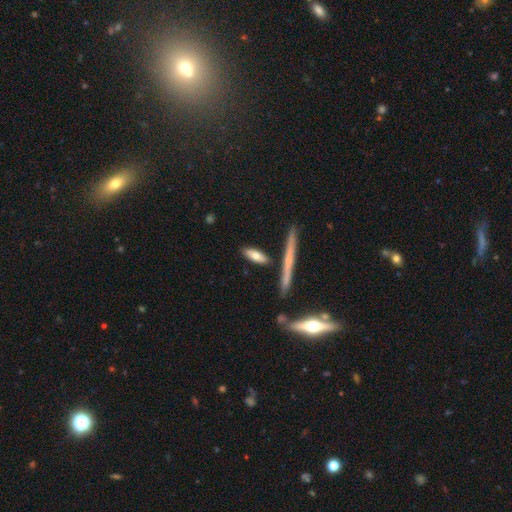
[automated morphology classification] Smooth or featured? smooth (71%)
How rounded? in between (51%)
Merging? none (78%)